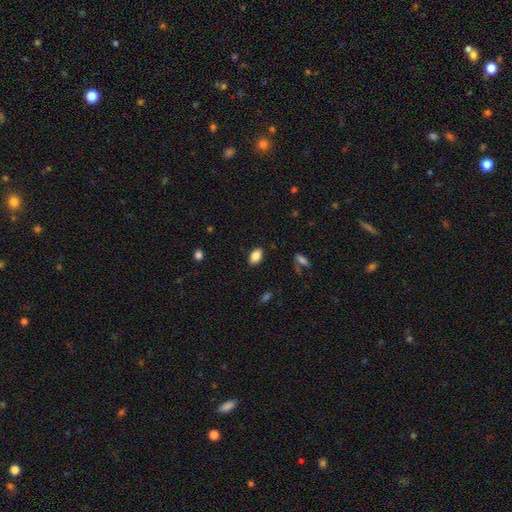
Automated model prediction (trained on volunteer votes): Smooth or featured? smooth (85%)
How rounded? in between (89%)
Merging? none (86%)